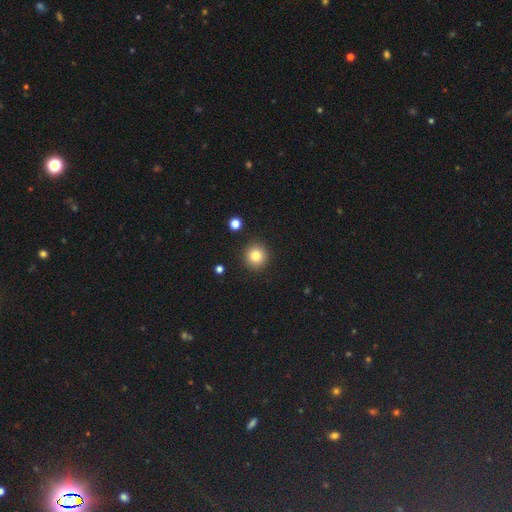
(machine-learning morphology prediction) Smooth or featured: smooth — 82% (star or artifact — 11%)
How rounded: round — 94% (in between — 5%)
Merging: none — 91% (minor disturbance — 6%)